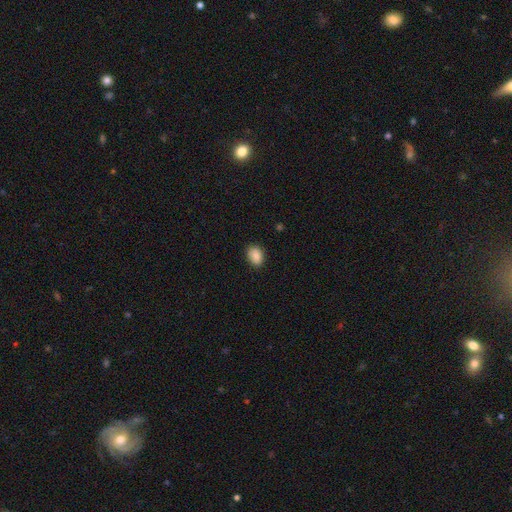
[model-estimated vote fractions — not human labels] Smooth or featured?
  - smooth: 86% *
  - star or artifact: 8%
  - featured or disk: 6%
How rounded?
  - in between: 69% *
  - round: 30%
  - cigar-shaped: 1%
Merging?
  - none: 85% *
  - minor disturbance: 12%
  - major disturbance: 2%
  - merger: 1%